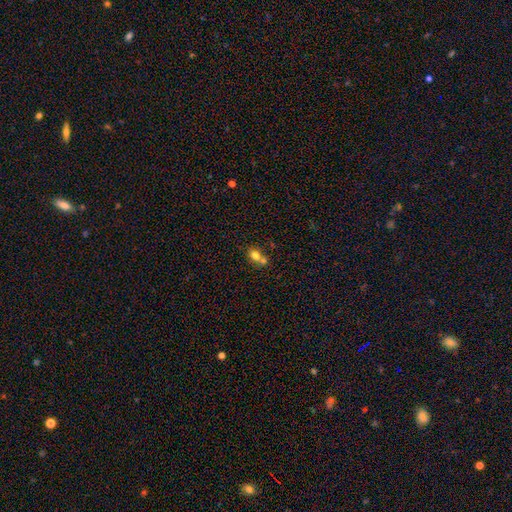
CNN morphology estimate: This is likely a smooth galaxy (76%). How rounded: possibly in between (55%). Merging: possibly merger (55%).